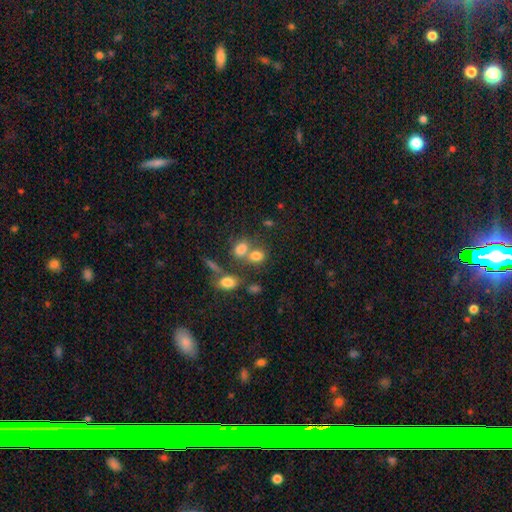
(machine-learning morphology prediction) A smooth galaxy with no disk features (75%) that is in between round and cigar-shaped (51%). Merging: merger (45%).